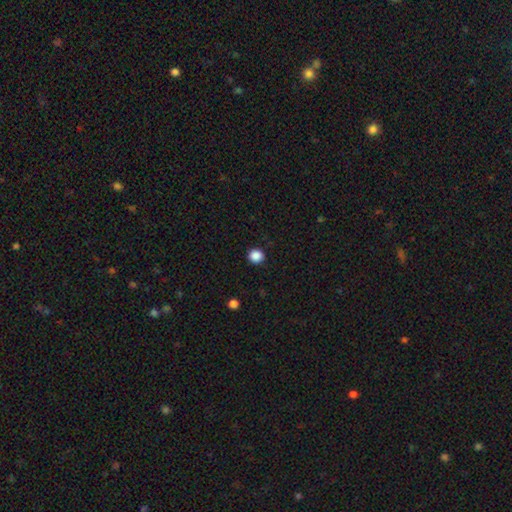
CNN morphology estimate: Smooth or featured? Predicted: smooth (p=0.88). How rounded? Predicted: round (p=0.88). Merging? Predicted: none (p=0.92).